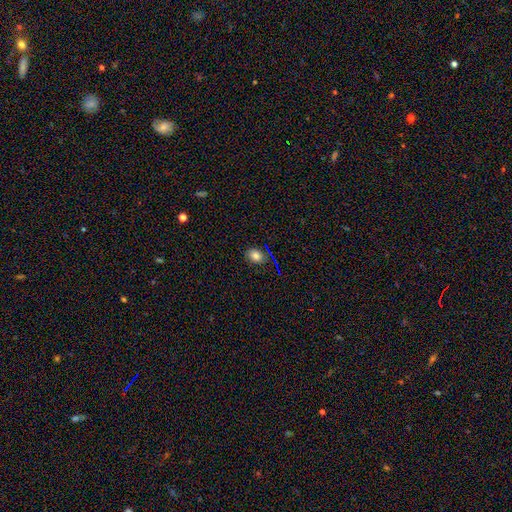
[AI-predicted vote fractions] A smooth galaxy with no disk features (78%) that is in between round and cigar-shaped (66%).

Vote fractions:
- Smooth or featured? smooth: 78% / star or artifact: 15% / featured or disk: 8%
- How rounded? in between: 66% / round: 32% / cigar-shaped: 1%
- Merging? none: 79% / minor disturbance: 15% / major disturbance: 4% / merger: 2%